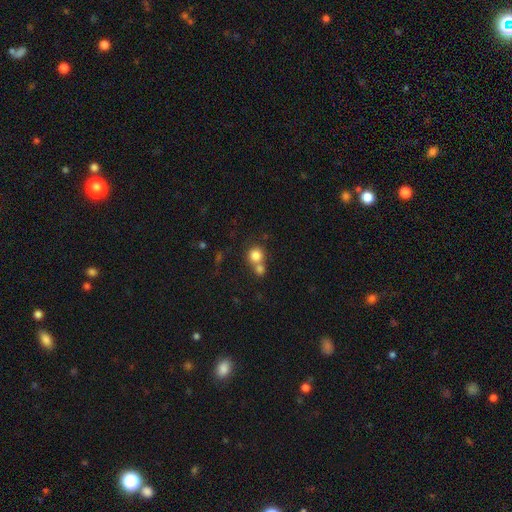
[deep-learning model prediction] Smooth or featured?
  - smooth: 81% *
  - star or artifact: 10%
  - featured or disk: 9%
How rounded?
  - round: 87% *
  - in between: 12%
  - cigar-shaped: 1%
Merging?
  - merger: 47% *
  - none: 43%
  - minor disturbance: 7%
  - major disturbance: 3%